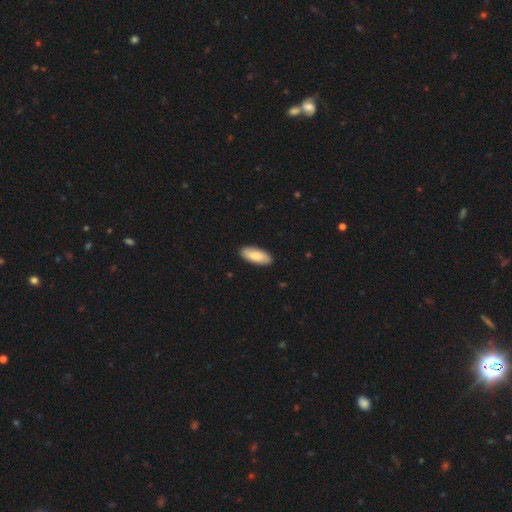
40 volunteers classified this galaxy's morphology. A smooth galaxy with no disk features (78%) that is in between round and cigar-shaped (90%).

Vote fractions:
- Smooth or featured? smooth: 78% / featured or disk: 20% / star or artifact: 2%
- How rounded? in between: 90% / cigar-shaped: 10% / round: 0%
- Merging? none: 92% / minor disturbance: 5% / major disturbance: 3% / merger: 0%